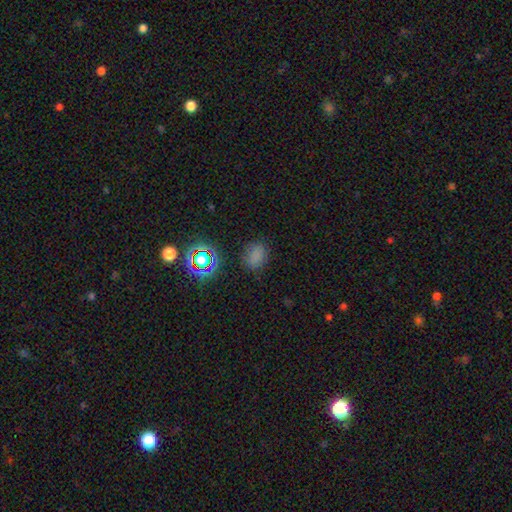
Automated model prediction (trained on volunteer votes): Smooth or featured?
  - smooth: 69% *
  - star or artifact: 25%
  - featured or disk: 6%
How rounded?
  - in between: 57% *
  - round: 42%
  - cigar-shaped: 2%
Merging?
  - none: 78% *
  - minor disturbance: 15%
  - major disturbance: 5%
  - merger: 2%